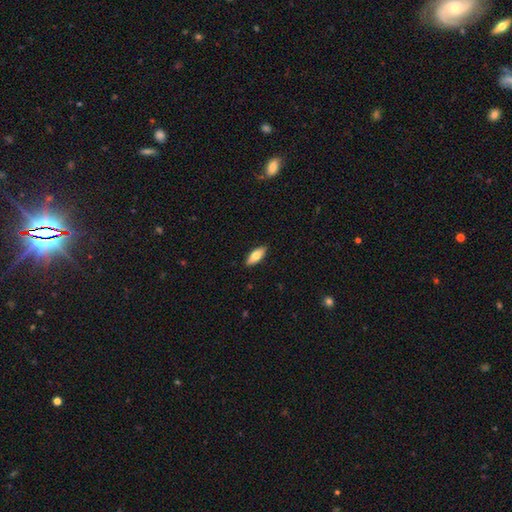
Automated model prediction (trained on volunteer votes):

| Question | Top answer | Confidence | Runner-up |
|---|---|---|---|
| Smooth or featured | smooth | 74% | featured or disk (20%) |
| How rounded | in between | 73% | cigar-shaped (24%) |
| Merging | none | 89% | minor disturbance (8%) |